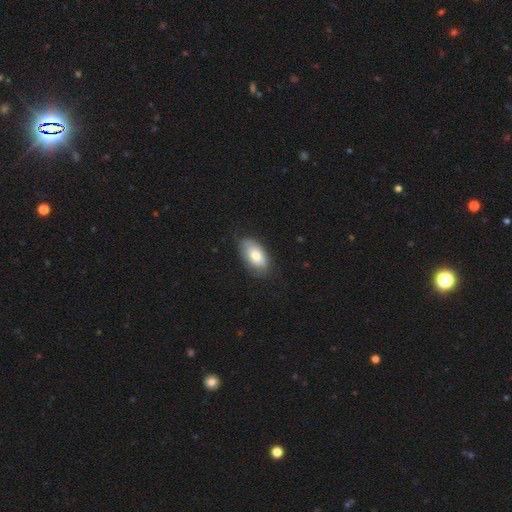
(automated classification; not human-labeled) Smooth or featured?
  - smooth: 74% *
  - featured or disk: 19%
  - star or artifact: 6%
How rounded?
  - in between: 94% *
  - round: 4%
  - cigar-shaped: 2%
Merging?
  - none: 74% *
  - minor disturbance: 20%
  - major disturbance: 4%
  - merger: 1%